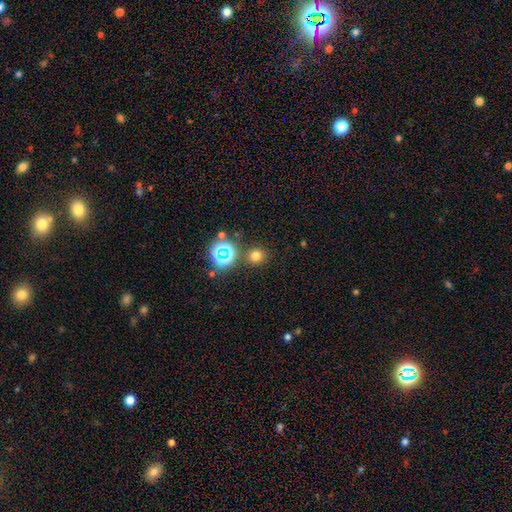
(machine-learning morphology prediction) A smooth galaxy with no disk features (70%) that is round (92%). Merging: none (85%).